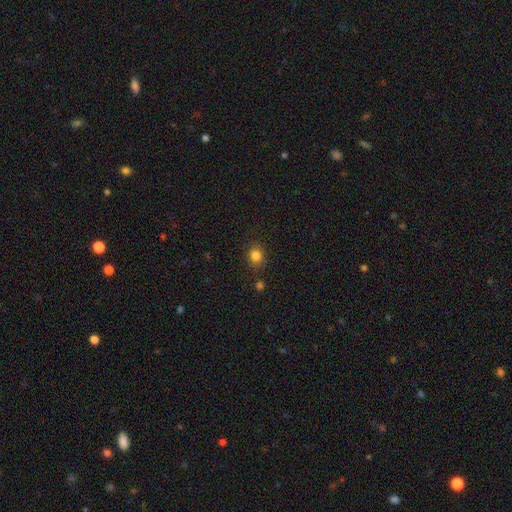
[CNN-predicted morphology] Q: Smooth or featured?
A: smooth (83%); runner-up: star or artifact (13%)
Q: How rounded?
A: round (75%); runner-up: in between (24%)
Q: Merging?
A: none (83%); runner-up: minor disturbance (11%)